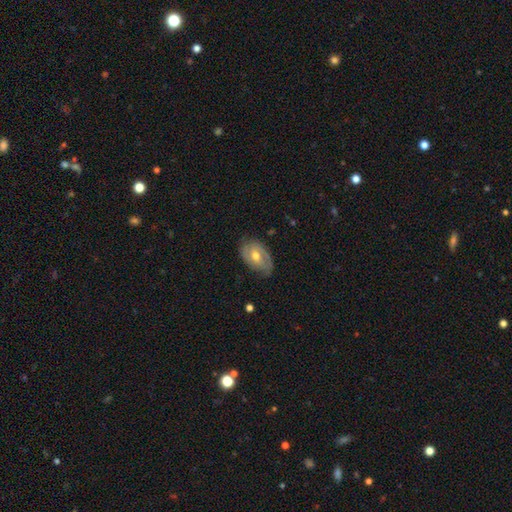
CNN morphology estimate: This appears to be a featured or disk galaxy (50%). Merging: none (66%).